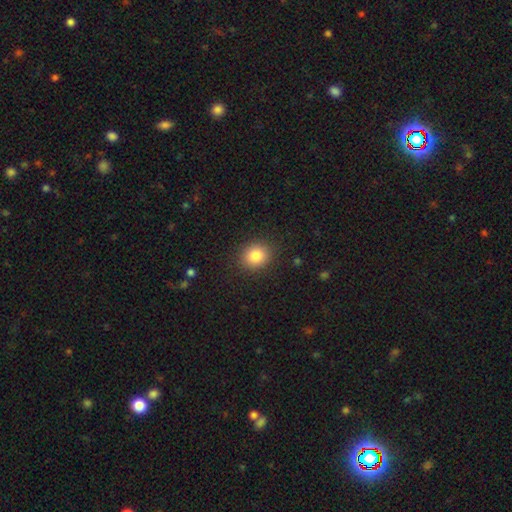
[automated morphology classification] This appears to be a smooth galaxy with no disk features (84%) that is round (67%). Merging: none (88%).